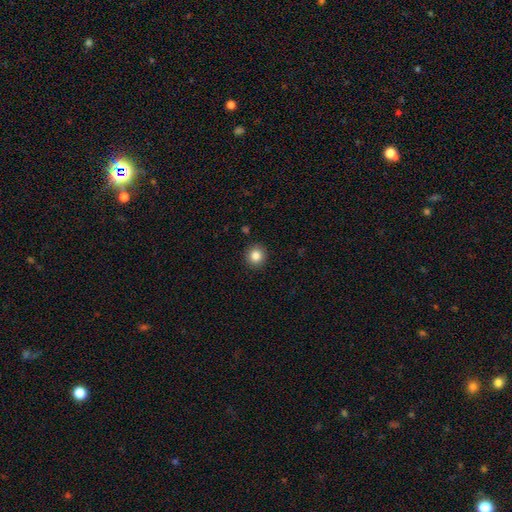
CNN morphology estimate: smooth-or-featured: smooth: 84% | star or artifact: 10% | featured or disk: 5%
  how-rounded: round: 93% | in between: 6% | cigar-shaped: 1%
  merging: none: 92% | minor disturbance: 5% | major disturbance: 2% | merger: 1%